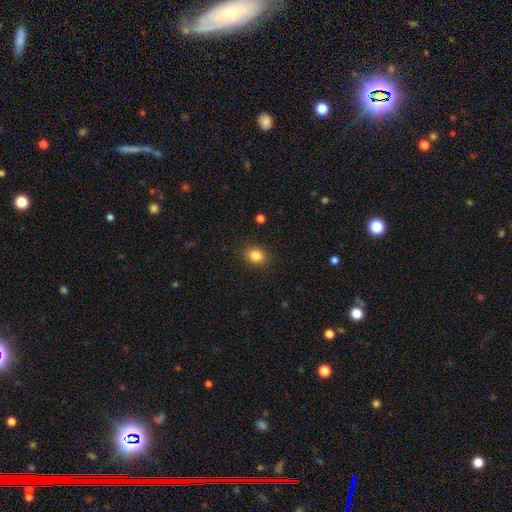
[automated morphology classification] Smooth or featured?
  - smooth: 85% *
  - star or artifact: 10%
  - featured or disk: 5%
How rounded?
  - round: 55% *
  - in between: 44%
  - cigar-shaped: 1%
Merging?
  - none: 87% *
  - minor disturbance: 9%
  - major disturbance: 3%
  - merger: 1%